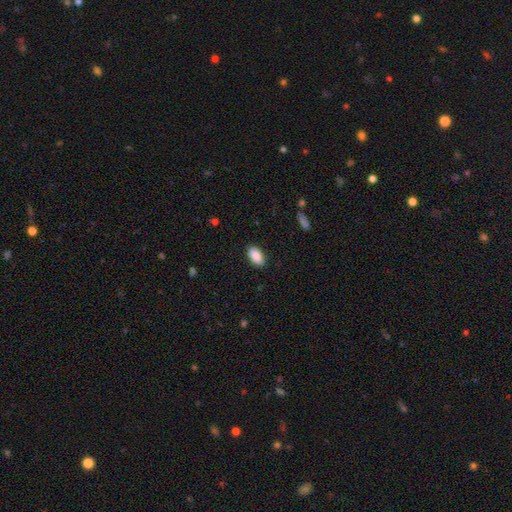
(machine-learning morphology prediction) smooth-or-featured: smooth: 90% | star or artifact: 7% | featured or disk: 3%
  how-rounded: in between: 94% | round: 4% | cigar-shaped: 2%
  merging: none: 88% | minor disturbance: 9% | major disturbance: 2% | merger: 1%